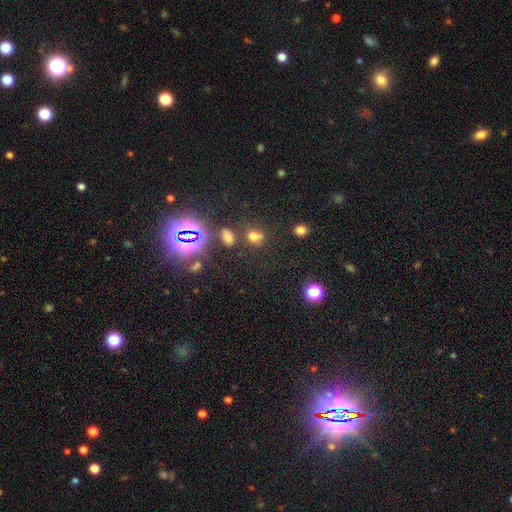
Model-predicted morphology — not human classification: Overall: star or artifact (78%).